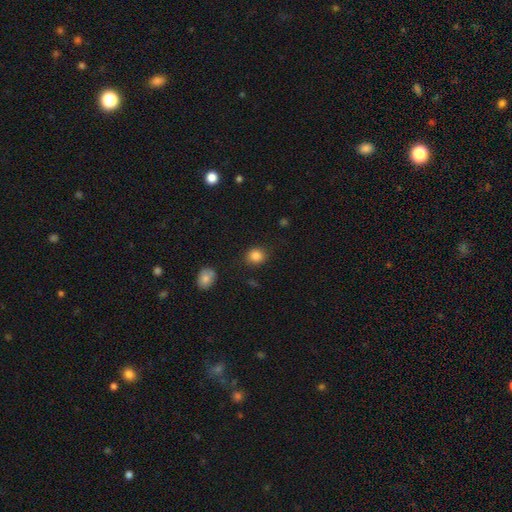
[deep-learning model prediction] Smooth or featured? Predicted: smooth (p=0.85). How rounded? Predicted: round (p=0.72). Merging? Predicted: none (p=0.85).